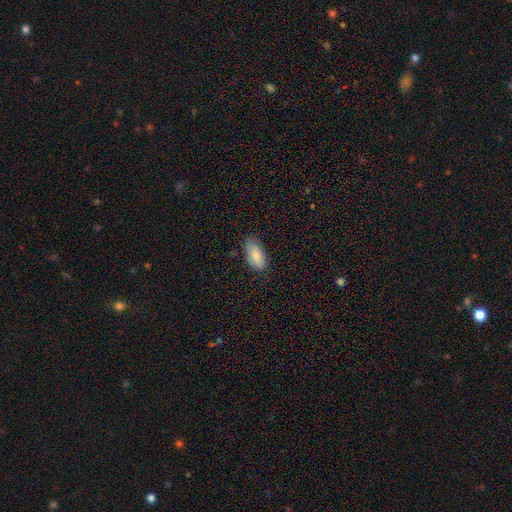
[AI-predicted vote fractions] A smooth galaxy with no disk features (85%) that is in between round and cigar-shaped (93%).

Vote fractions:
- Smooth or featured? smooth: 85% / featured or disk: 9% / star or artifact: 6%
- How rounded? in between: 93% / cigar-shaped: 5% / round: 3%
- Merging? none: 72% / minor disturbance: 23% / major disturbance: 4% / merger: 1%